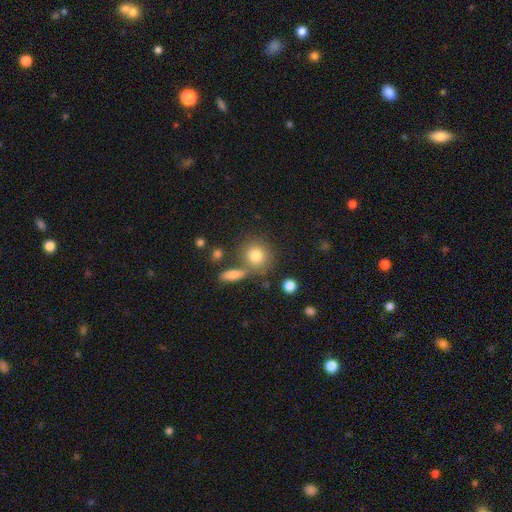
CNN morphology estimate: smooth 80%, featured or disk 10%, star or artifact 10%. Down the decision tree: how rounded — round (81%); merging — none (65%).